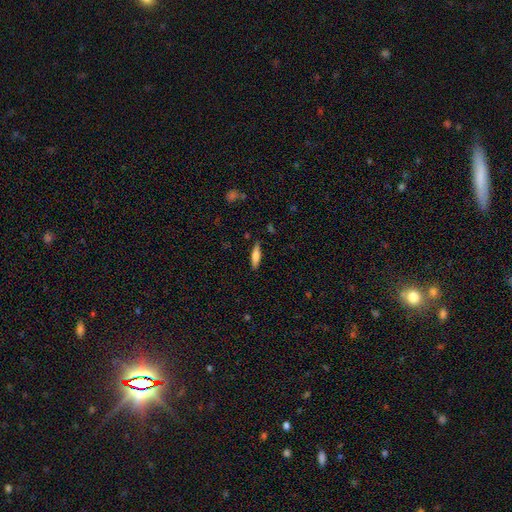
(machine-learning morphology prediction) Smooth or featured? Predicted: smooth (p=0.69). How rounded? Predicted: cigar-shaped (p=0.69). Merging? Predicted: none (p=0.87).